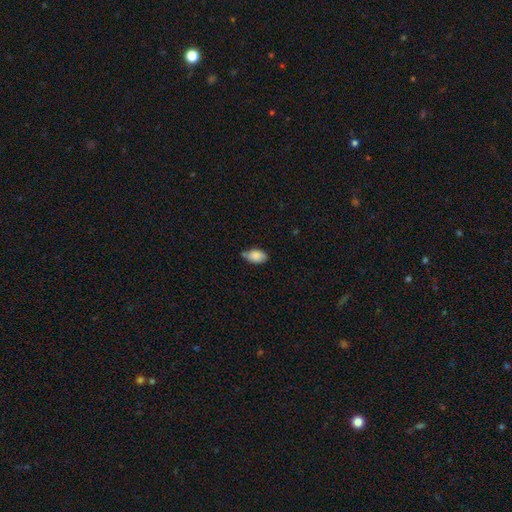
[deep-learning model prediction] Overall: smooth (85%). How rounded: in between (92%). Merging: none (62%; minor disturbance 27%).